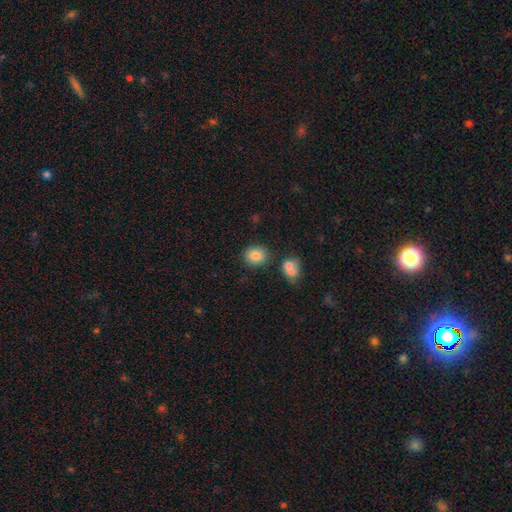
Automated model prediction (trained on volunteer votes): Smooth or featured? smooth (85%)
How rounded? round (67%)
Merging? none (79%)